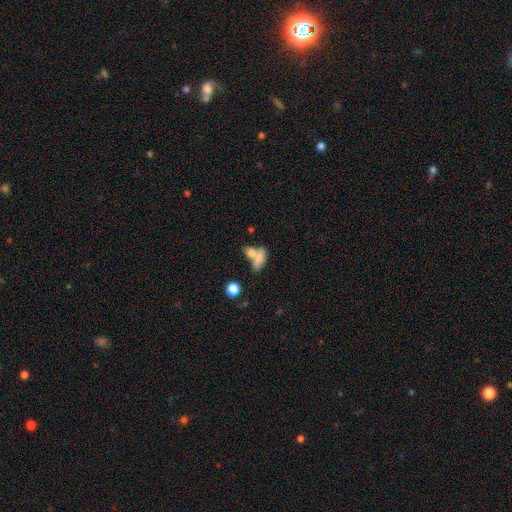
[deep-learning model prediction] This is likely a smooth galaxy (75%). How rounded: likely in between (70%). Merging: possibly merger (50%).